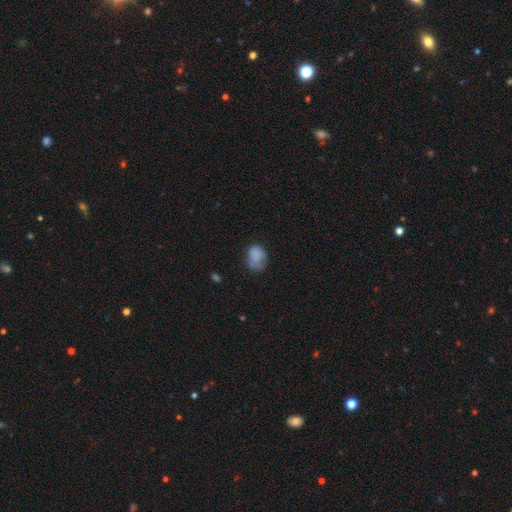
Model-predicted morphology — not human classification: A smooth galaxy with no disk features (79%) that is in between round and cigar-shaped (66%).

Vote fractions:
- Smooth or featured? smooth: 79% / featured or disk: 11% / star or artifact: 10%
- How rounded? in between: 66% / round: 33% / cigar-shaped: 1%
- Merging? none: 53% / minor disturbance: 30% / major disturbance: 12% / merger: 5%